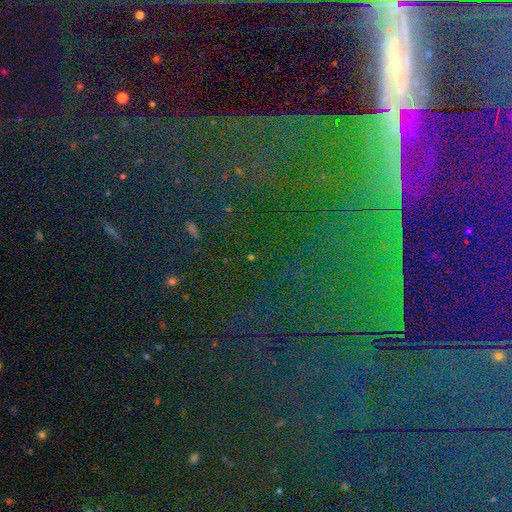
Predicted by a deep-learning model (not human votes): Smooth or featured? star or artifact (81%)